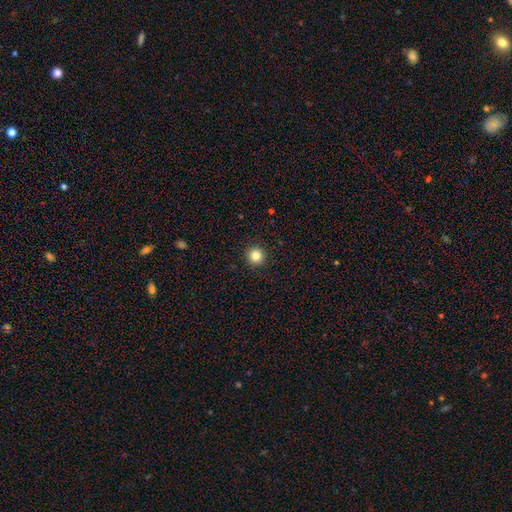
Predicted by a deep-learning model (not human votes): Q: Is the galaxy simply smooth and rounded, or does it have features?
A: smooth — 83%.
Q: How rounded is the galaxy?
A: round — 95%.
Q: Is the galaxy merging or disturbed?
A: none — 93%.